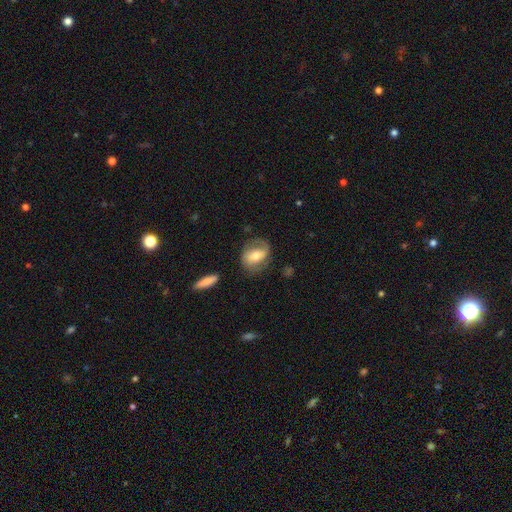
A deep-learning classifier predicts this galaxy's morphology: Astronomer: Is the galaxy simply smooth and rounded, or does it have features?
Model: featured or disk — 59% (runner-up: smooth, 35%).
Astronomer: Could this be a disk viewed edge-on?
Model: no — 95%.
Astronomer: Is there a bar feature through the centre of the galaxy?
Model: weak — 40% (runner-up: no, 32%).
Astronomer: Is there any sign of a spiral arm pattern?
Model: yes — 81%.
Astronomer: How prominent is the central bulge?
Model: moderate — 65%.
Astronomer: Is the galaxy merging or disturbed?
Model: none — 70%.